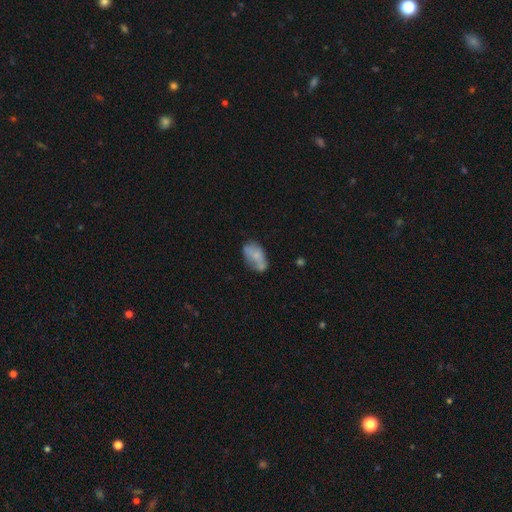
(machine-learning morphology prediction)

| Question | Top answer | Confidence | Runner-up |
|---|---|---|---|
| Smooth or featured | smooth | 60% | featured or disk (31%) |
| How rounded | in between | 90% | round (6%) |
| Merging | none | 44% | minor disturbance (29%) |